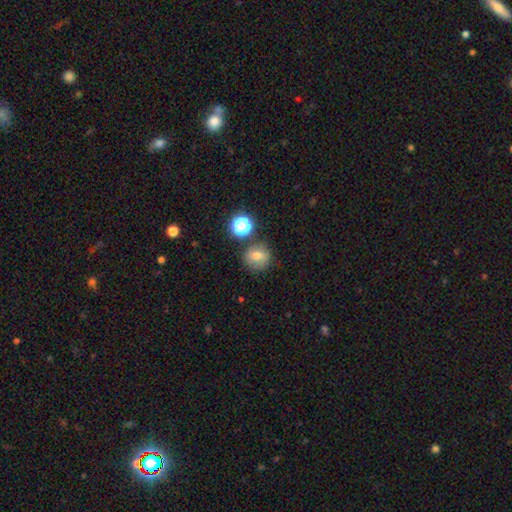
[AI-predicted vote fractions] Smooth or featured: smooth — 67% (featured or disk — 17%)
How rounded: round — 85% (in between — 13%)
Merging: none — 75% (minor disturbance — 13%)